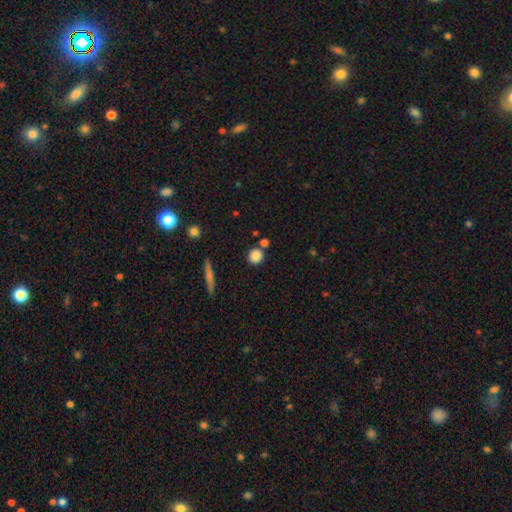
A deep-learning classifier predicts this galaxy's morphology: Smooth or featured?
  - smooth: 84% *
  - star or artifact: 10%
  - featured or disk: 6%
How rounded?
  - round: 90% *
  - in between: 8%
  - cigar-shaped: 2%
Merging?
  - none: 76% *
  - merger: 13%
  - minor disturbance: 9%
  - major disturbance: 3%